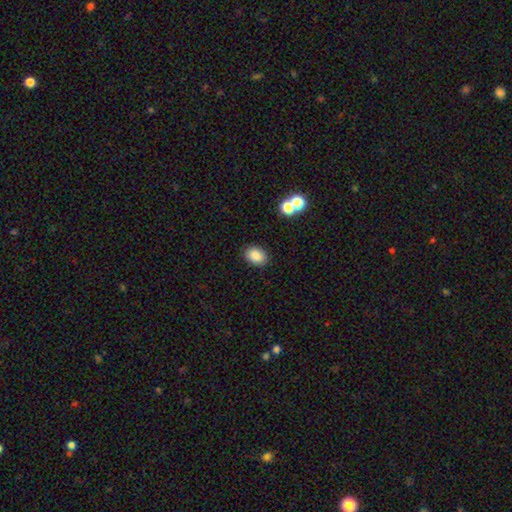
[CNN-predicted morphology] This appears to be a smooth galaxy with no disk features (87%) that is in between round and cigar-shaped (76%). Merging: none (87%).